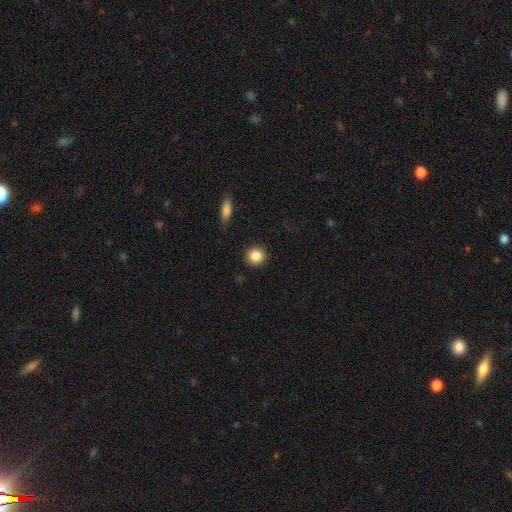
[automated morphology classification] Smooth or featured: smooth — 86% (star or artifact — 9%)
How rounded: round — 92% (in between — 7%)
Merging: none — 91% (minor disturbance — 6%)